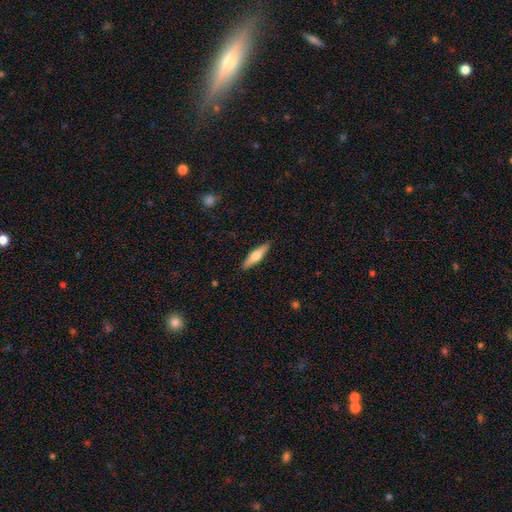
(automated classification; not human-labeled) Smooth or featured: smooth — 51% (featured or disk — 43%)
How rounded: cigar-shaped — 72% (in between — 26%)
Merging: none — 89% (minor disturbance — 8%)